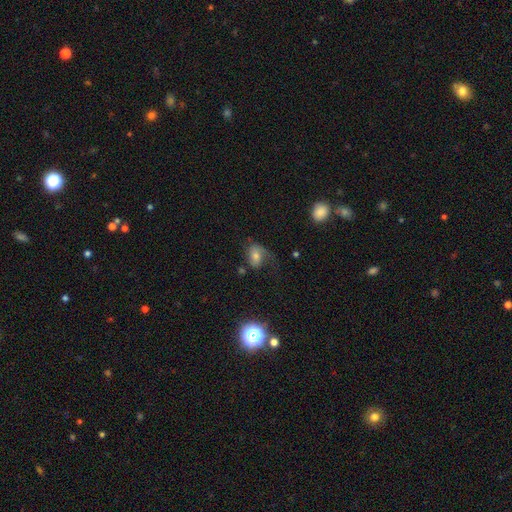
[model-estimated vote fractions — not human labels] A smooth galaxy with no disk features (47%). Merging: none (39%).